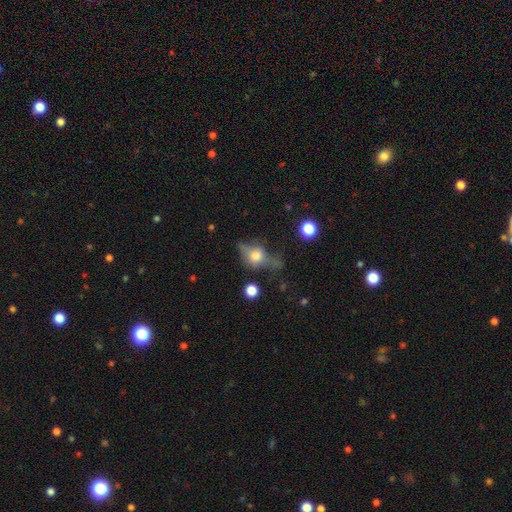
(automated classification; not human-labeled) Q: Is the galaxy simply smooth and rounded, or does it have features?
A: featured or disk — 47%.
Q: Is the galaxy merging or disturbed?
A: none — 58%.